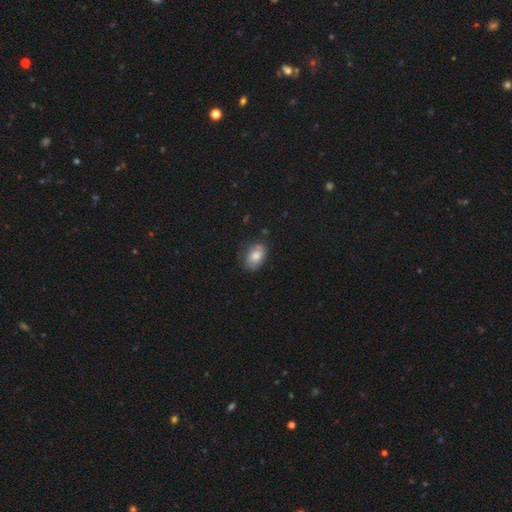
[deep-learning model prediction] smooth-or-featured: smooth: 75% | featured or disk: 18% | star or artifact: 8%
  how-rounded: in between: 85% | round: 14% | cigar-shaped: 1%
  merging: none: 69% | minor disturbance: 23% | major disturbance: 6% | merger: 2%